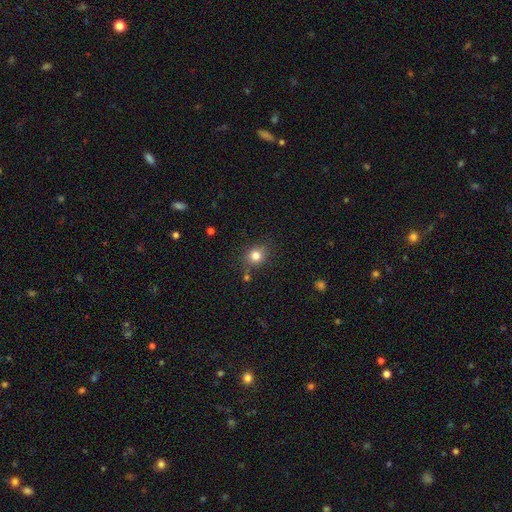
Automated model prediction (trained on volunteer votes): Smooth or featured? smooth (81%)
How rounded? round (79%)
Merging? none (79%)